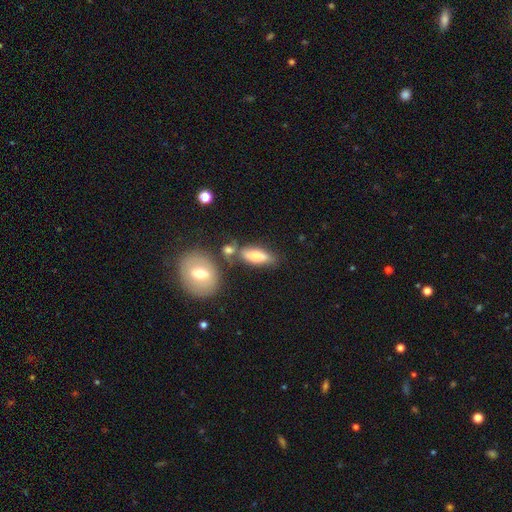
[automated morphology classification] smooth_or_featured: smooth (p=0.69) [alt: featured or disk p=0.23]
how_rounded: in between (p=0.72) [alt: cigar-shaped p=0.23]
merging: none (p=0.60) [alt: minor disturbance p=0.18]